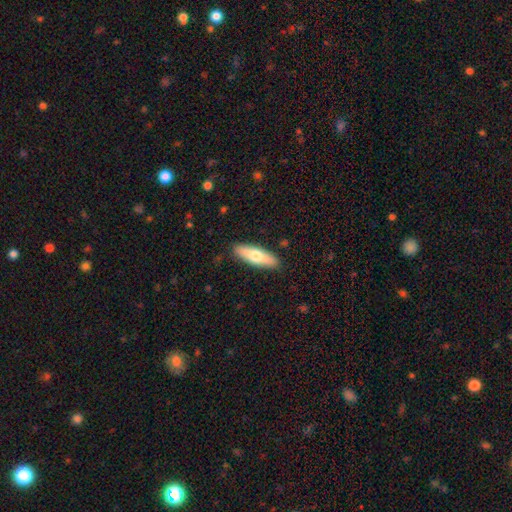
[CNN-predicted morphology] Q: Smooth or featured?
A: smooth (68%); runner-up: featured or disk (27%)
Q: How rounded?
A: in between (50%); runner-up: cigar-shaped (48%)
Q: Merging?
A: none (88%); runner-up: minor disturbance (9%)